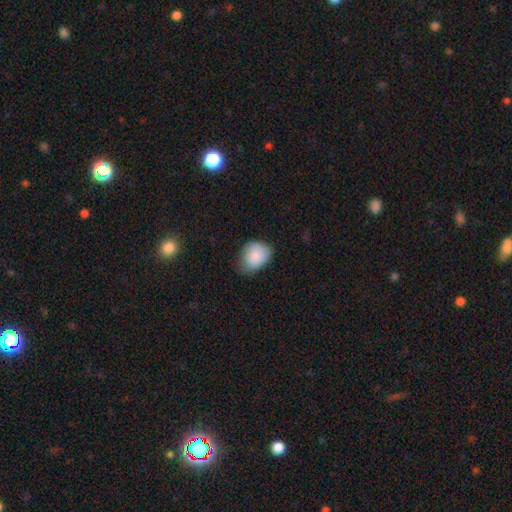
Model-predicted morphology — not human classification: Smooth or featured?
  - smooth: 86% *
  - star or artifact: 7%
  - featured or disk: 6%
How rounded?
  - in between: 60% *
  - round: 39%
  - cigar-shaped: 1%
Merging?
  - none: 55% *
  - minor disturbance: 37%
  - major disturbance: 7%
  - merger: 1%